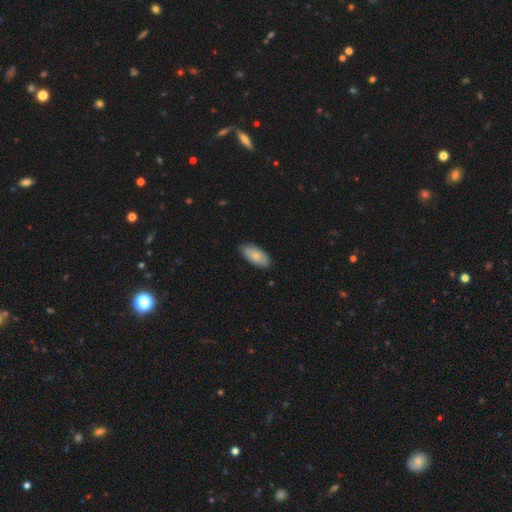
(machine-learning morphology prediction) This is likely a smooth galaxy (80%). How rounded: clearly in between (92%). Merging: clearly none (84%).